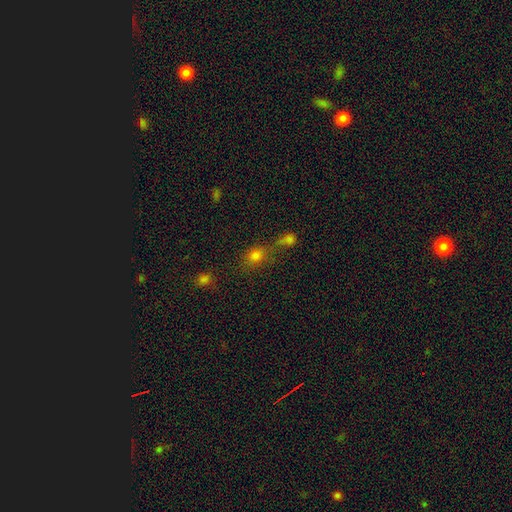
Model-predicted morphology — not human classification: smooth_or_featured: smooth (p=0.73) [alt: star or artifact p=0.18]
how_rounded: round (p=0.63) [alt: in between p=0.34]
merging: none (p=0.43) [alt: merger p=0.39]